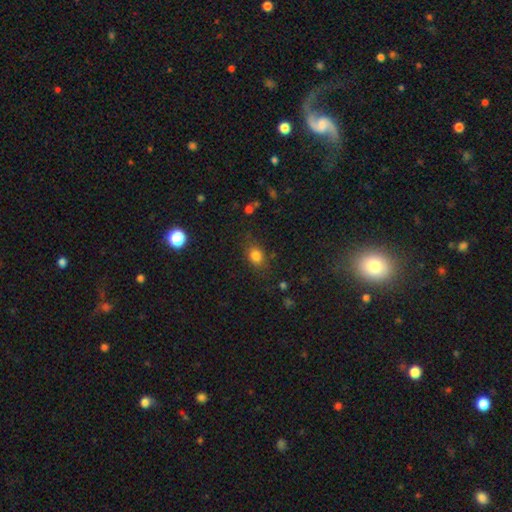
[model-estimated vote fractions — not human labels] smooth 80%, star or artifact 13%, featured or disk 7%. Down the decision tree: how rounded — in between (57%); merging — none (77%).